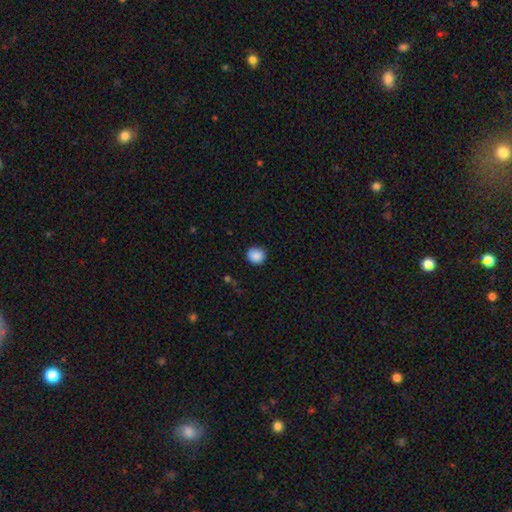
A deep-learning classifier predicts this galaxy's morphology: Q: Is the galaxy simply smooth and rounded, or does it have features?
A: smooth — 88%.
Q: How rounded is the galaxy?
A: round — 85%.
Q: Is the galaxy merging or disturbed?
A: none — 87%.